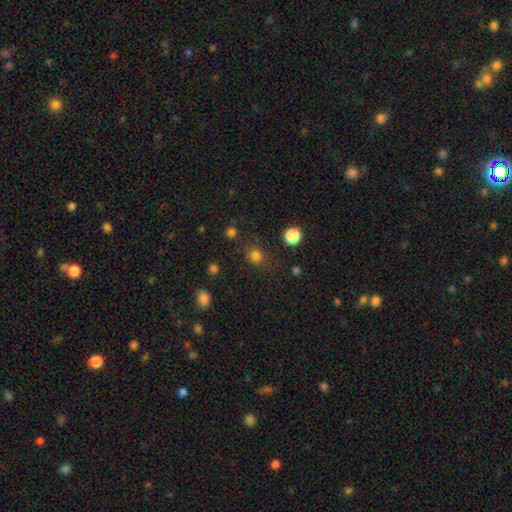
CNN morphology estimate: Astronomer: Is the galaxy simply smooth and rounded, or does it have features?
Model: smooth — 77%.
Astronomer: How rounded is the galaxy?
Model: round — 85%.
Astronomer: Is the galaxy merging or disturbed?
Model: none — 81%.